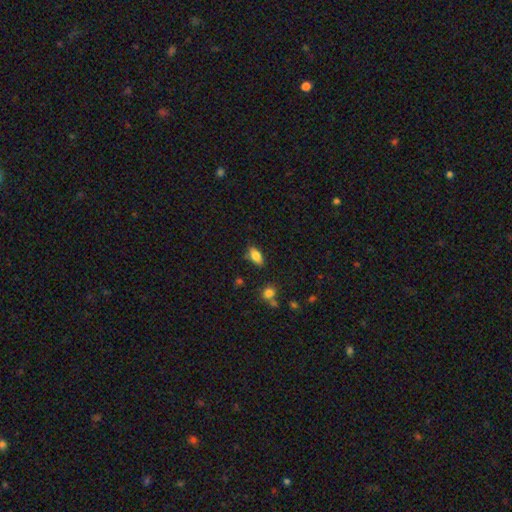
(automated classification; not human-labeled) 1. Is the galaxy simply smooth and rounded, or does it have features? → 79% smooth, 12% featured or disk, 9% star or artifact.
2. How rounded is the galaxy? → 85% in between, 11% cigar-shaped, 4% round.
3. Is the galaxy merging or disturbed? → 78% none, 15% minor disturbance, 3% major disturbance, 3% merger.